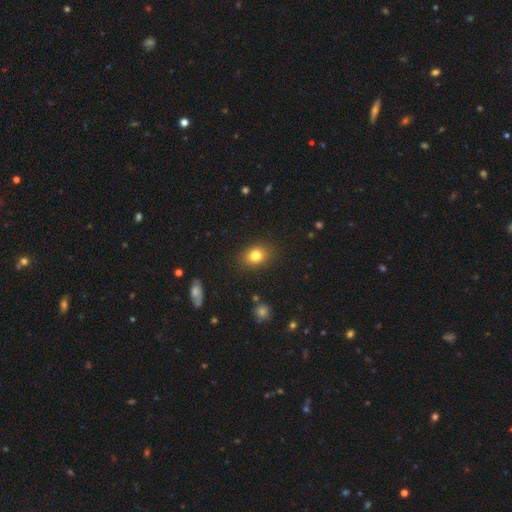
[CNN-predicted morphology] This appears to be a smooth galaxy with no disk features (81%) that is in between round and cigar-shaped (56%). Merging: none (87%).